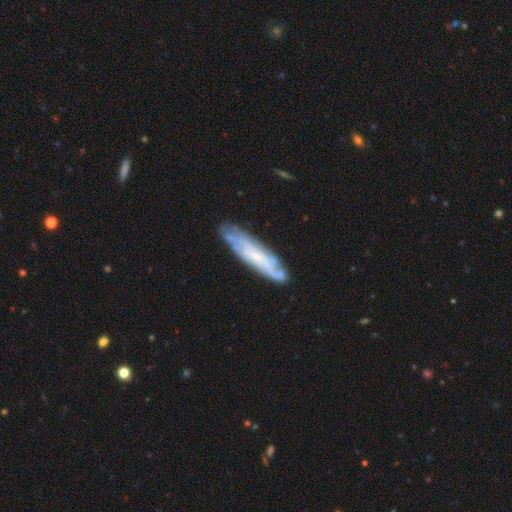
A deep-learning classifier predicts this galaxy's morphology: Q: Smooth or featured?
A: featured or disk (59%); runner-up: smooth (34%)
Q: Edge-on disk?
A: no (55%); runner-up: yes (45%)
Q: Merging?
A: none (77%); runner-up: minor disturbance (17%)